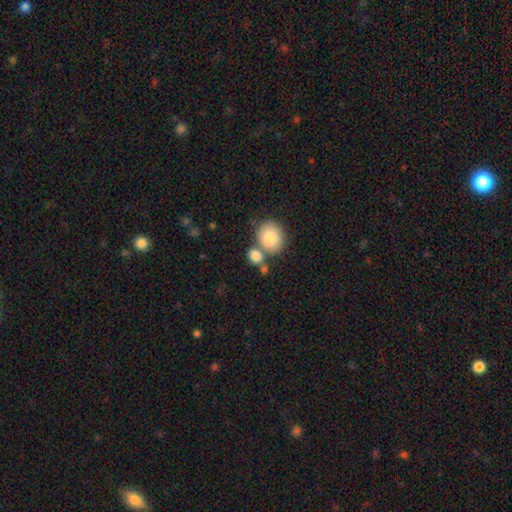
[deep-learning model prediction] Smooth or featured?
  - smooth: 85% *
  - star or artifact: 8%
  - featured or disk: 7%
How rounded?
  - round: 55% *
  - in between: 43%
  - cigar-shaped: 2%
Merging?
  - none: 47% *
  - merger: 39%
  - minor disturbance: 10%
  - major disturbance: 4%